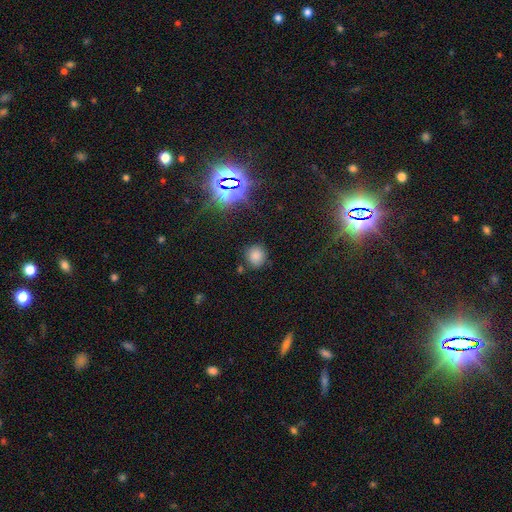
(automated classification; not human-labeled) Smooth or featured: smooth — 77% (star or artifact — 17%)
How rounded: round — 84% (in between — 15%)
Merging: none — 81% (minor disturbance — 12%)